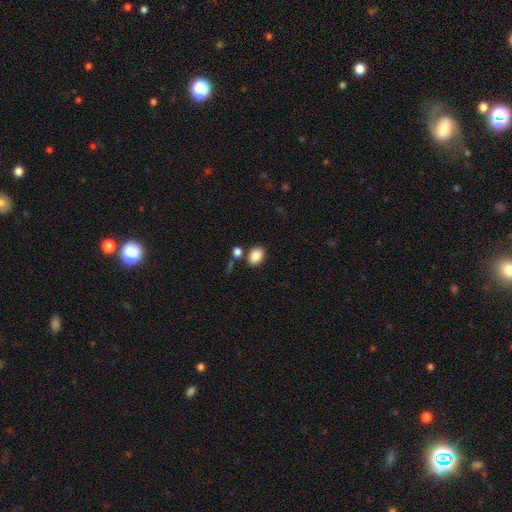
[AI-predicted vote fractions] The model was most divided on "how rounded": in between: 77%, round: 22%, cigar-shaped: 1%. More confident: smooth or featured — smooth (87%); merging — none (75%).